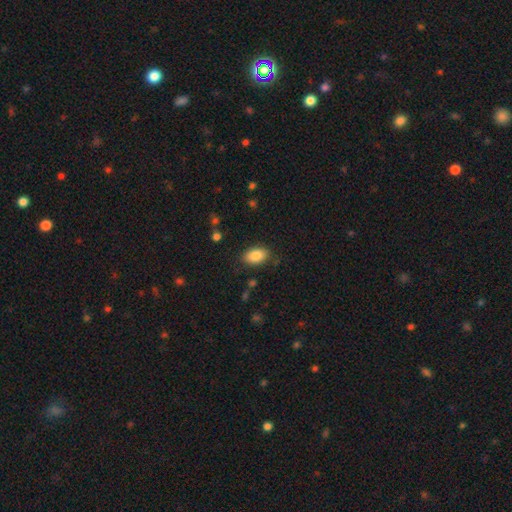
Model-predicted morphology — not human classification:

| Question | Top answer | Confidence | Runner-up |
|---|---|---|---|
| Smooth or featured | smooth | 86% | star or artifact (7%) |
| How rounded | in between | 90% | round (8%) |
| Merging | none | 84% | minor disturbance (11%) |